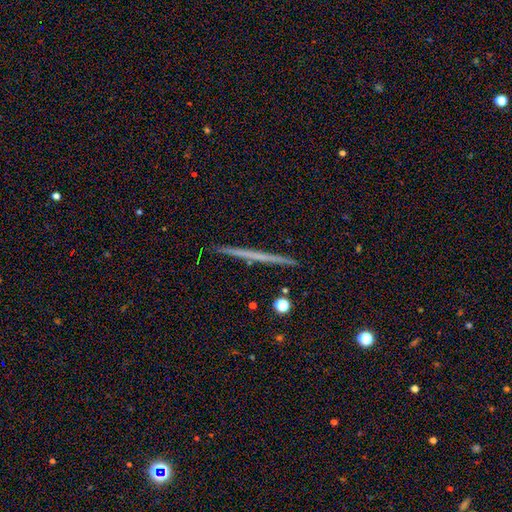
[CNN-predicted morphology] Smooth or featured: featured or disk — 53% (smooth — 37%)
Edge-on disk: yes — 98% (no — 2%)
Edge-on bulge: none — 89% (rounded — 8%)
Merging: none — 92% (minor disturbance — 5%)